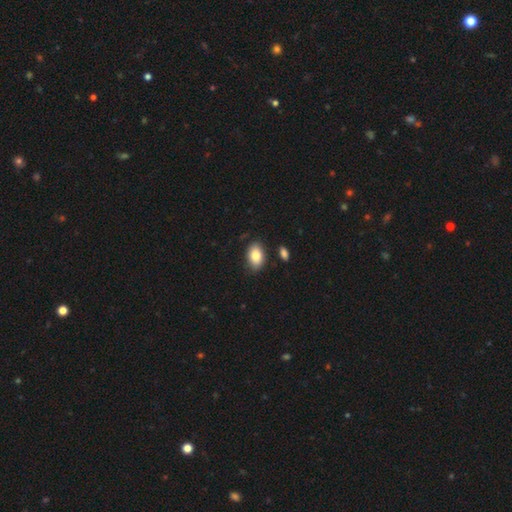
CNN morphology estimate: This appears to be a smooth galaxy with no disk features (85%) that is in between round and cigar-shaped (89%). Merging: none (81%).